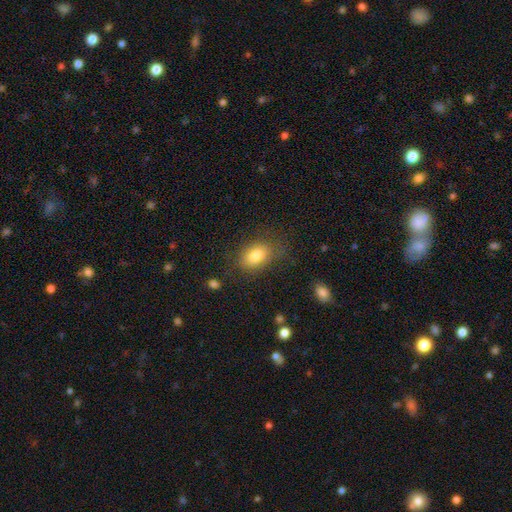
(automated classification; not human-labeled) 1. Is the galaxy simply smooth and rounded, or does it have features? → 81% smooth, 10% featured or disk, 9% star or artifact.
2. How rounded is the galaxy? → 84% in between, 15% round, 2% cigar-shaped.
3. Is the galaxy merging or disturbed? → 74% none, 17% minor disturbance, 7% major disturbance, 2% merger.